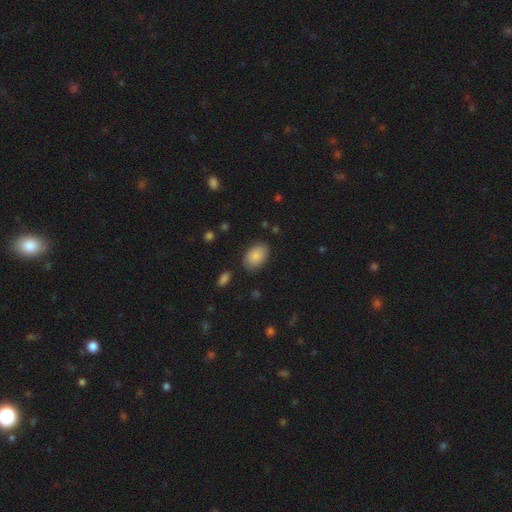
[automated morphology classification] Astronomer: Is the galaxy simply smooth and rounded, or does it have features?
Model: smooth — 84%.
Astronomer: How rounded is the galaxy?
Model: in between — 87%.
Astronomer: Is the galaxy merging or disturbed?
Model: none — 82%.